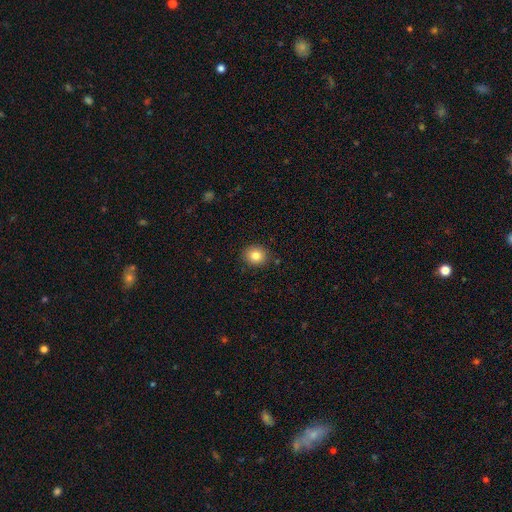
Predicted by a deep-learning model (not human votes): smooth-or-featured: smooth: 84% | star or artifact: 10% | featured or disk: 6%
  how-rounded: round: 70% | in between: 30% | cigar-shaped: 1%
  merging: none: 88% | minor disturbance: 8% | major disturbance: 2% | merger: 1%